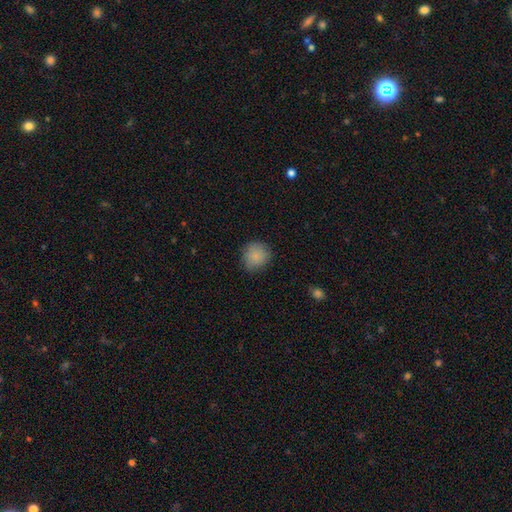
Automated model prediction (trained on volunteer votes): smooth-or-featured: smooth: 86% | star or artifact: 9% | featured or disk: 6%
  how-rounded: round: 87% | in between: 12% | cigar-shaped: 1%
  merging: none: 82% | minor disturbance: 14% | major disturbance: 3% | merger: 1%